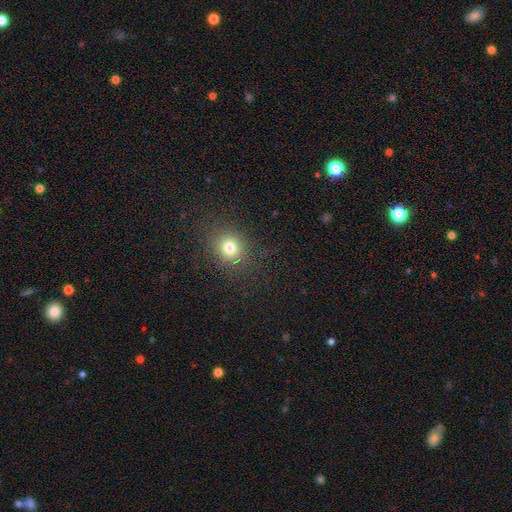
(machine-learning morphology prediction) A smooth galaxy with no disk features (67%) that is round (76%).

Vote fractions:
- Smooth or featured? smooth: 67% / star or artifact: 27% / featured or disk: 6%
- How rounded? round: 76% / in between: 23% / cigar-shaped: 1%
- Merging? none: 91% / minor disturbance: 6% / major disturbance: 2% / merger: 1%